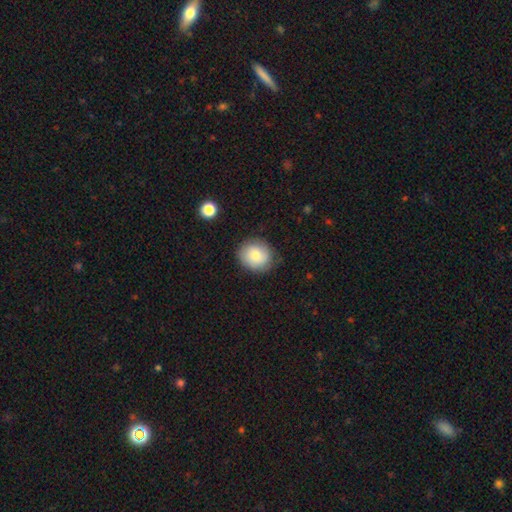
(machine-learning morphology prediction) A smooth galaxy with no disk features (80%) that is round (80%).

Vote fractions:
- Smooth or featured? smooth: 80% / featured or disk: 12% / star or artifact: 8%
- How rounded? round: 80% / in between: 19% / cigar-shaped: 1%
- Merging? none: 83% / minor disturbance: 12% / major disturbance: 3% / merger: 1%